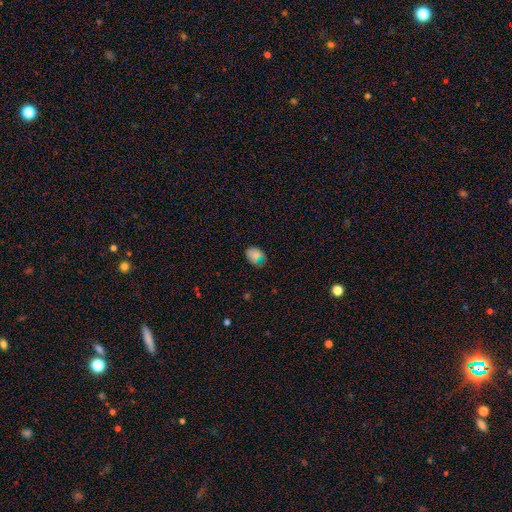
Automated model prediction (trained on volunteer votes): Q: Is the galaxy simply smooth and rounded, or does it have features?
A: smooth — 74%.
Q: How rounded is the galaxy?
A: in between — 78%.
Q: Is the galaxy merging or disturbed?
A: none — 55%.